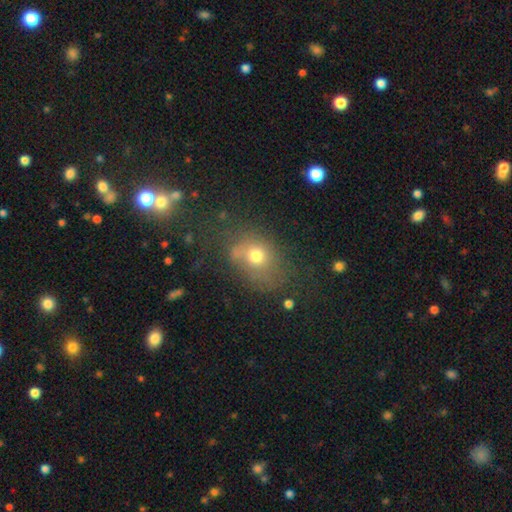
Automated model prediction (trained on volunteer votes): Smooth or featured? smooth (67%)
How rounded? round (49%, tied with in between)
Merging? none (51%)